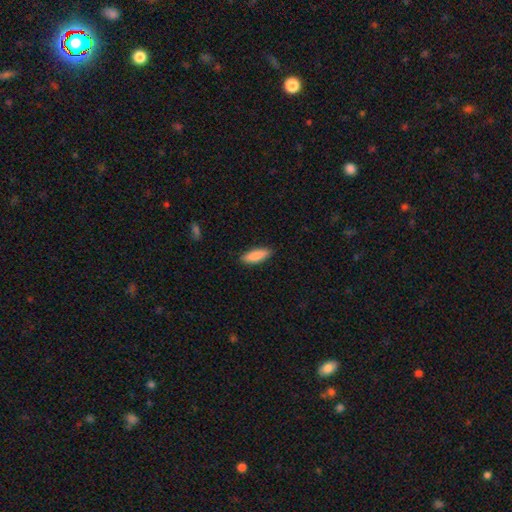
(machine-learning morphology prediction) Q: Smooth or featured?
A: smooth (86%); runner-up: featured or disk (8%)
Q: How rounded?
A: in between (52%); runner-up: cigar-shaped (46%)
Q: Merging?
A: none (88%); runner-up: minor disturbance (9%)